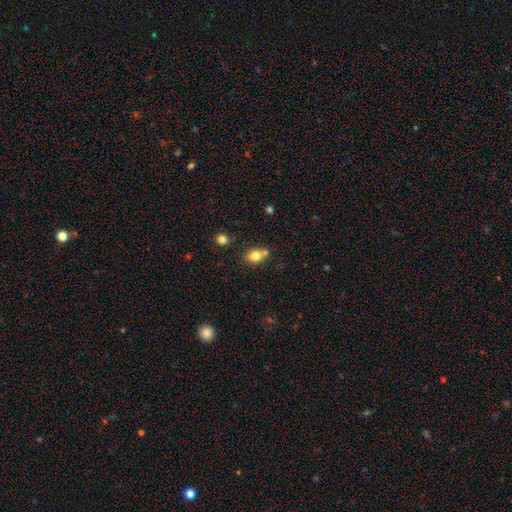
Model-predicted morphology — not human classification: Smooth or featured?
  - smooth: 79% *
  - featured or disk: 11%
  - star or artifact: 10%
How rounded?
  - in between: 60% *
  - round: 38%
  - cigar-shaped: 2%
Merging?
  - none: 59% *
  - merger: 23%
  - minor disturbance: 14%
  - major disturbance: 3%